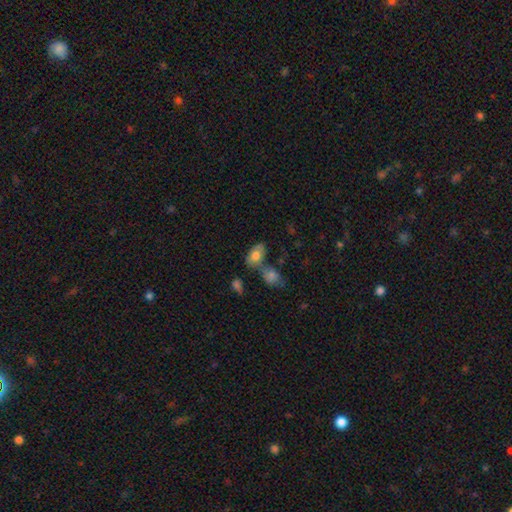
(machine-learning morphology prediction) Overall: smooth (73%). How rounded: in between (88%). Merging: none (42%; merger 32%).